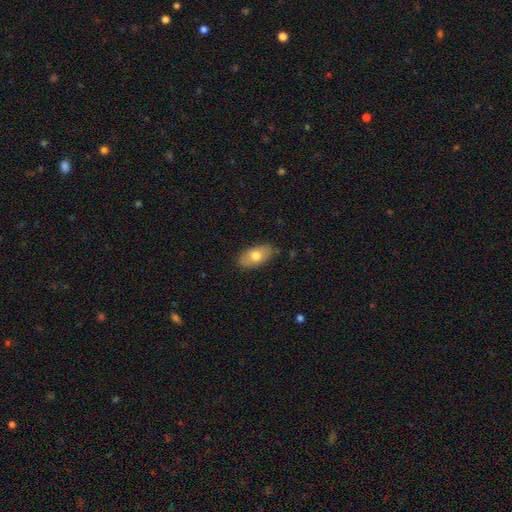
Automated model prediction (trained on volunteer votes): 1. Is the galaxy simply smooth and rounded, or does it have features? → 73% smooth, 21% featured or disk, 7% star or artifact.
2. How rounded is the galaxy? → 92% in between, 5% round, 4% cigar-shaped.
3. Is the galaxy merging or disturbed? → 83% none, 13% minor disturbance, 2% major disturbance, 1% merger.